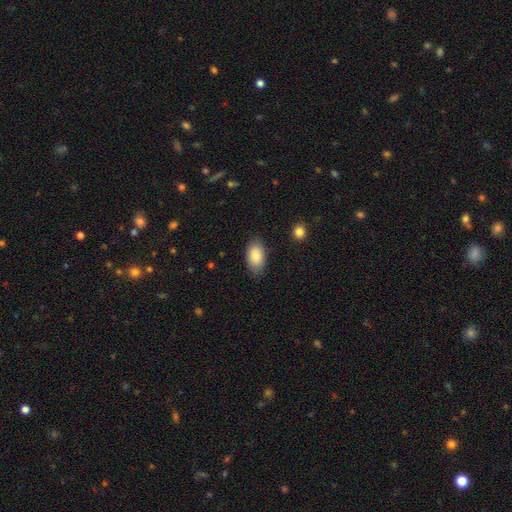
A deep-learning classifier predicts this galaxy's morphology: A smooth galaxy with no disk features (86%) that is in between round and cigar-shaped (93%).

Vote fractions:
- Smooth or featured? smooth: 86% / featured or disk: 8% / star or artifact: 6%
- How rounded? in between: 93% / round: 5% / cigar-shaped: 2%
- Merging? none: 81% / minor disturbance: 15% / major disturbance: 3% / merger: 1%